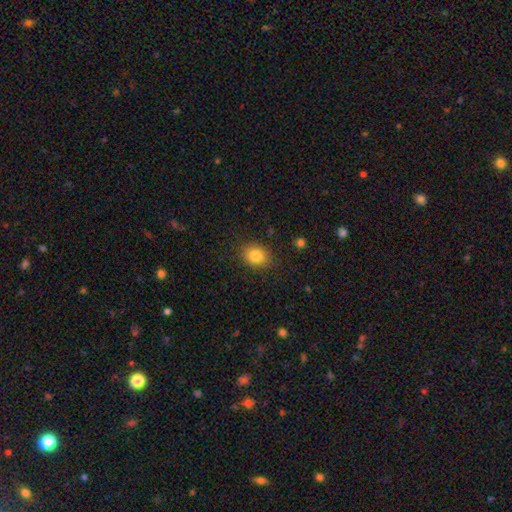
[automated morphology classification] Smooth or featured? smooth (83%)
How rounded? in between (54%)
Merging? none (86%)